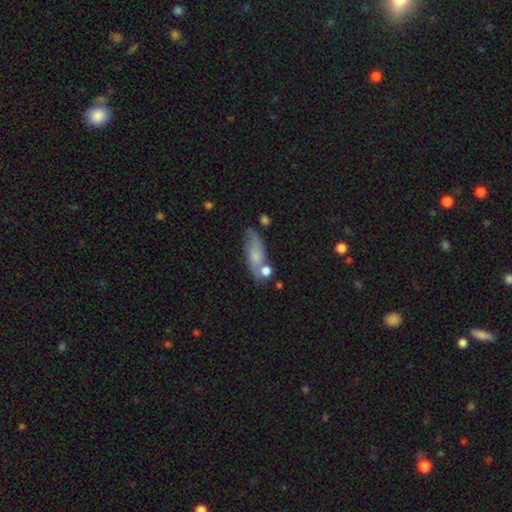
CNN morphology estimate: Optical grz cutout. It shows a smooth galaxy with no disk features (55%) that is in between round and cigar-shaped (69%). Merging: none (53%).